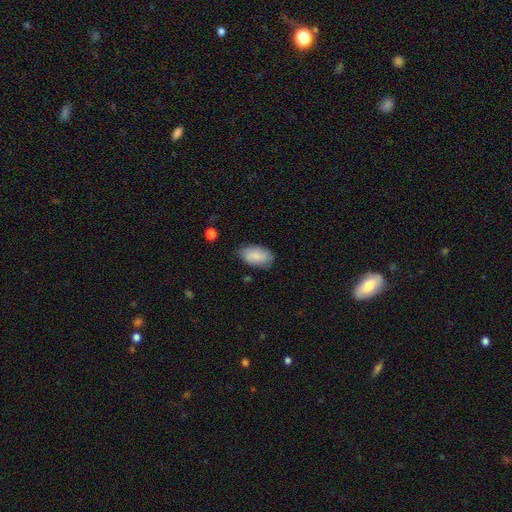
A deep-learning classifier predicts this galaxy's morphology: smooth-or-featured: smooth: 85% | featured or disk: 9% | star or artifact: 6%
  how-rounded: in between: 94% | round: 4% | cigar-shaped: 2%
  merging: none: 77% | minor disturbance: 17% | major disturbance: 4% | merger: 1%